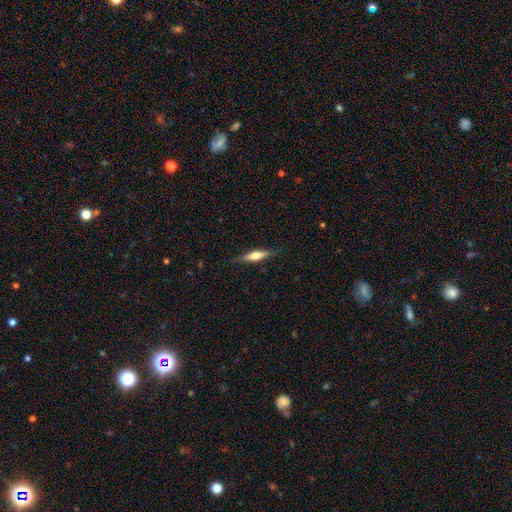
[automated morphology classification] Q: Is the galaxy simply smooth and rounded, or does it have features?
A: featured or disk — 48%.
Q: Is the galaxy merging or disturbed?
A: none — 85%.